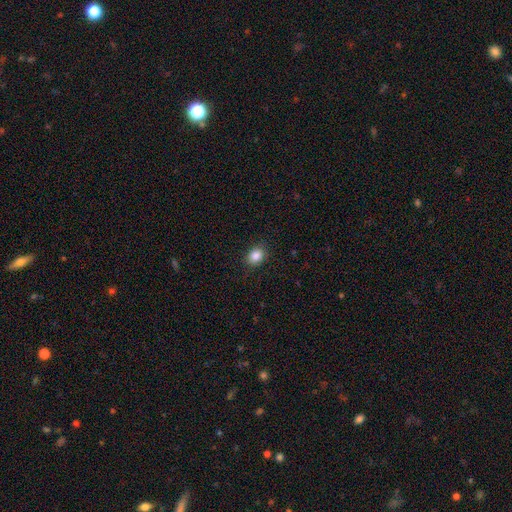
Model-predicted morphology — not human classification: This appears to be a smooth galaxy with no disk features (85%) that is in between round and cigar-shaped (56%). Merging: none (88%).